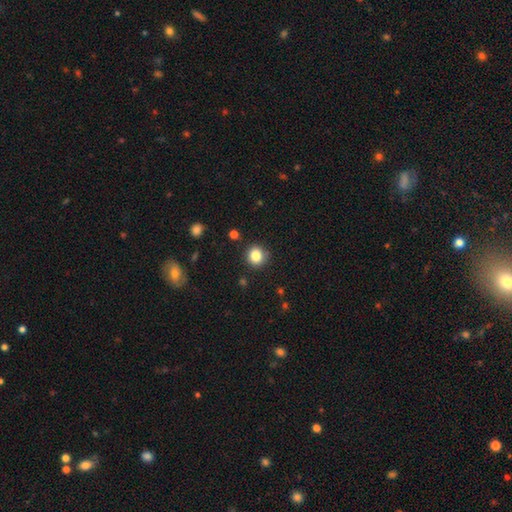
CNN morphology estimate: type=smooth (84%); roundness=round (87%); merging=none (87%).